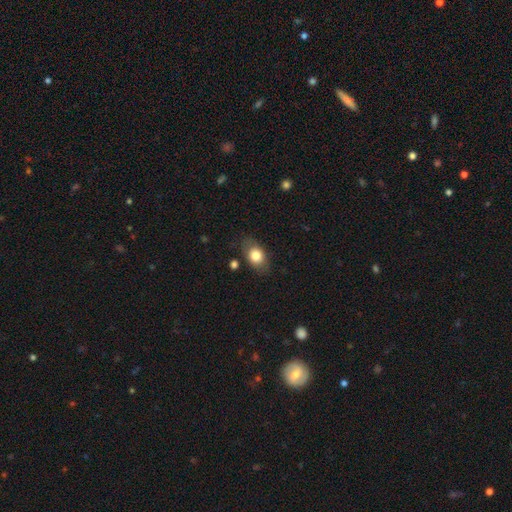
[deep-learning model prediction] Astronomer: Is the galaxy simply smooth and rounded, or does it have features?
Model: smooth — 78%.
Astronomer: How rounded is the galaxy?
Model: in between — 79%.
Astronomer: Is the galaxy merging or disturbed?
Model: none — 77%.